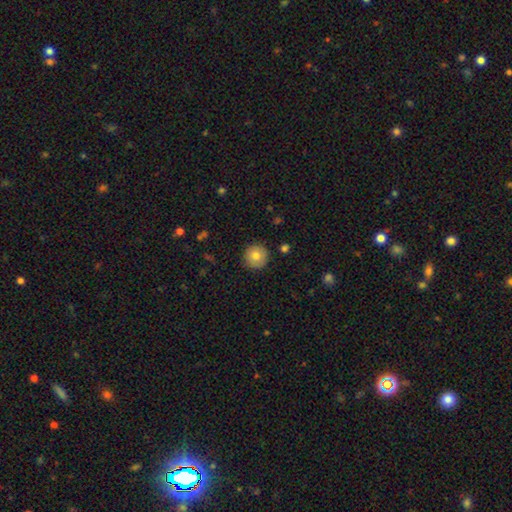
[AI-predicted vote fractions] This appears to be a smooth galaxy with no disk features (79%) that is round (95%). Merging: none (89%).